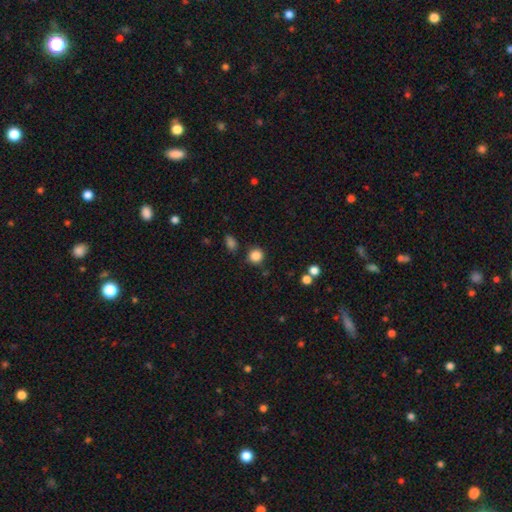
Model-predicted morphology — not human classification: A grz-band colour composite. It shows a smooth galaxy with no disk features (86%) that is round (89%). Merging: none (84%).